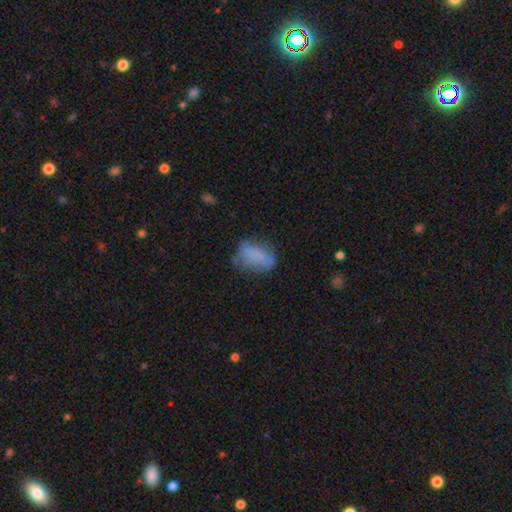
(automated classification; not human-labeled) A smooth galaxy with no disk features (70%) that is in between round and cigar-shaped (84%). Merging: none (54%).